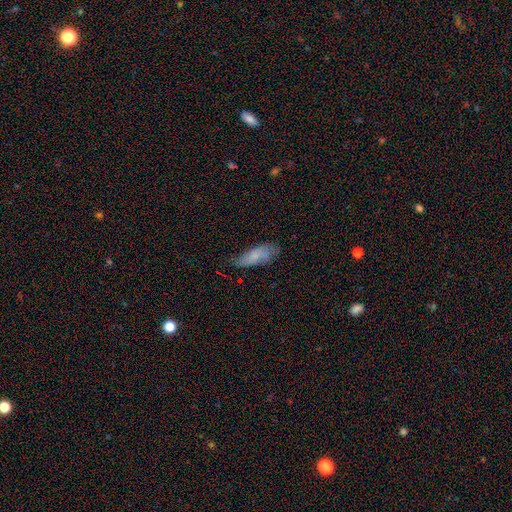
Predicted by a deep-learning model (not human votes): A smooth galaxy with no disk features (74%) that is in between round and cigar-shaped (70%). Merging: none (59%).